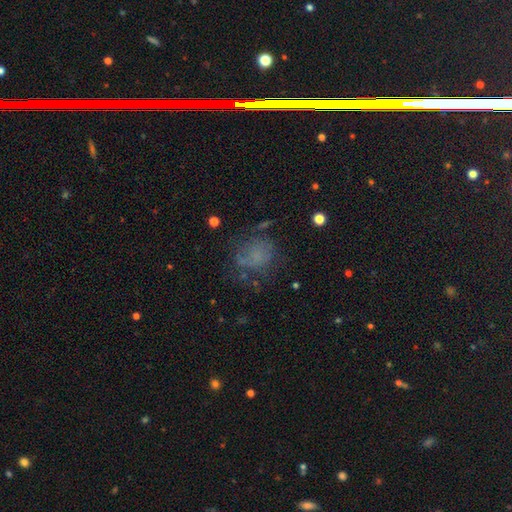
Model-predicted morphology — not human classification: Smooth or featured?
  - smooth: 50% *
  - featured or disk: 29%
  - star or artifact: 20%
How rounded?
  - round: 63% *
  - in between: 36%
  - cigar-shaped: 1%
Merging?
  - none: 52% *
  - major disturbance: 23%
  - minor disturbance: 21%
  - merger: 4%